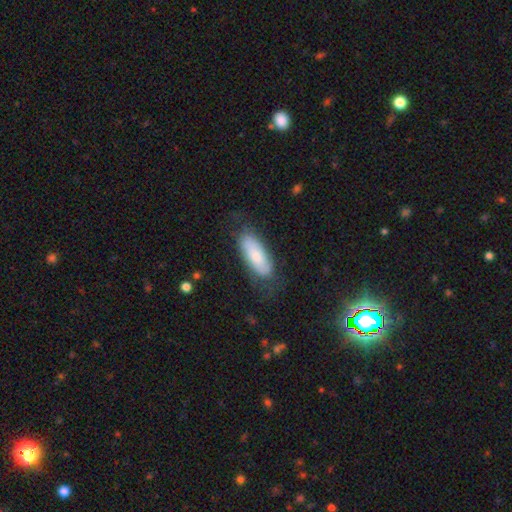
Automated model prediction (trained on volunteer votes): Smooth or featured? Predicted: smooth (p=0.62). How rounded? Predicted: in between (p=0.73). Merging? Predicted: none (p=0.71).